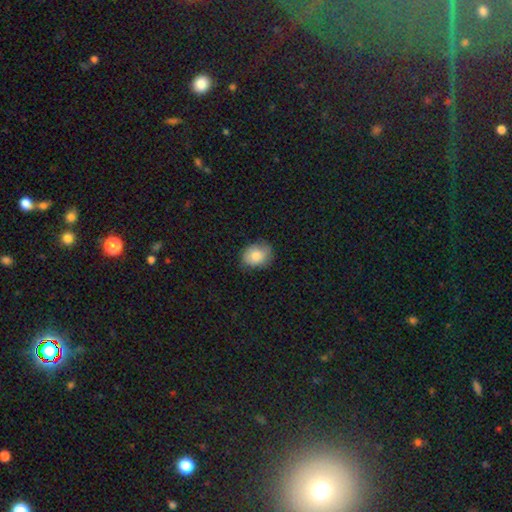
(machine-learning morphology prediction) Smooth or featured?
  - smooth: 78% *
  - featured or disk: 14%
  - star or artifact: 8%
How rounded?
  - in between: 50% * (tied)
  - round: 50% * (tied)
  - cigar-shaped: 1%
Merging?
  - none: 66% *
  - minor disturbance: 26%
  - major disturbance: 6%
  - merger: 1%